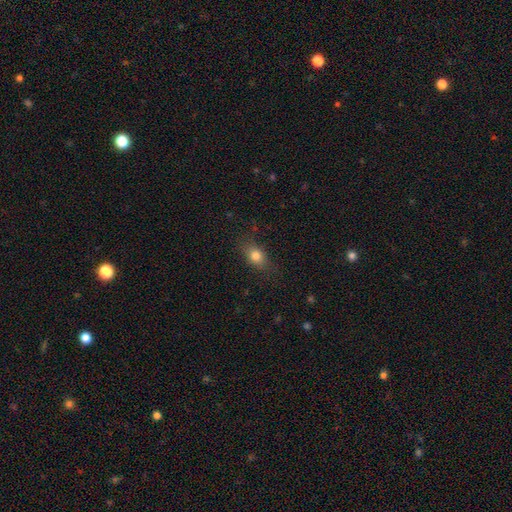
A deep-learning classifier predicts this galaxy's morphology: This appears to be a smooth galaxy with no disk features (80%) that is in between round and cigar-shaped (69%). Merging: none (80%).